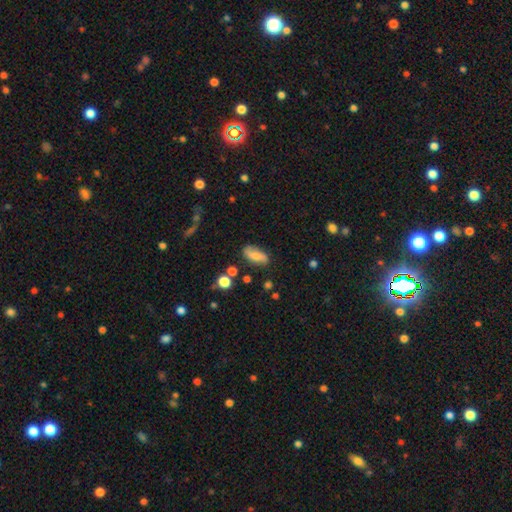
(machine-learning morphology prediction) Smooth or featured? Predicted: smooth (p=0.66). How rounded? Predicted: in between (p=0.81). Merging? Predicted: none (p=0.70).